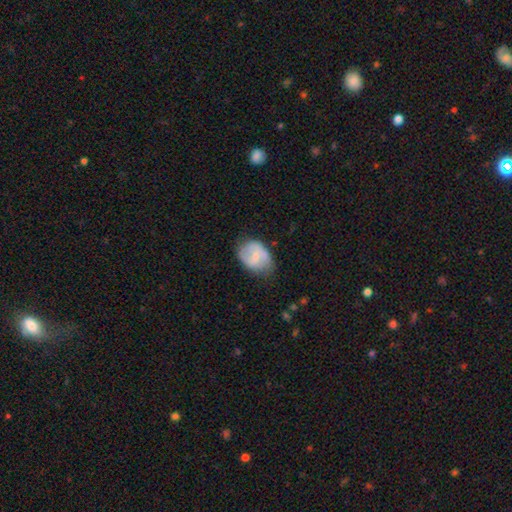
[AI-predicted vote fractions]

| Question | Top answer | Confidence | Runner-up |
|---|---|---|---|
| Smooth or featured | featured or disk | 52% | smooth (42%) |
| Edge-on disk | no | 97% | yes (3%) |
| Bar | weak | 51% | no (34%) |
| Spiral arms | yes | 76% | no (24%) |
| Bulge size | small | 59% | moderate (31%) |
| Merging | none | 60% | minor disturbance (29%) |